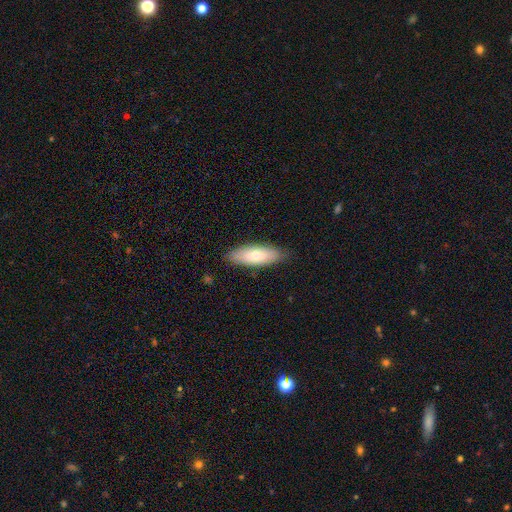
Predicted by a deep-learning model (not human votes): This is likely a smooth galaxy (76%). How rounded: likely in between (68%). Merging: clearly none (85%).